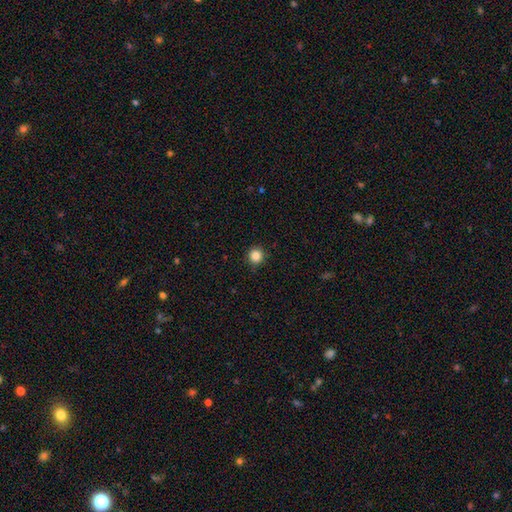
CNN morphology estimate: The model was most divided on "smooth or featured": smooth: 86%, star or artifact: 11%, featured or disk: 3%. More confident: how rounded — round (94%); merging — none (91%).